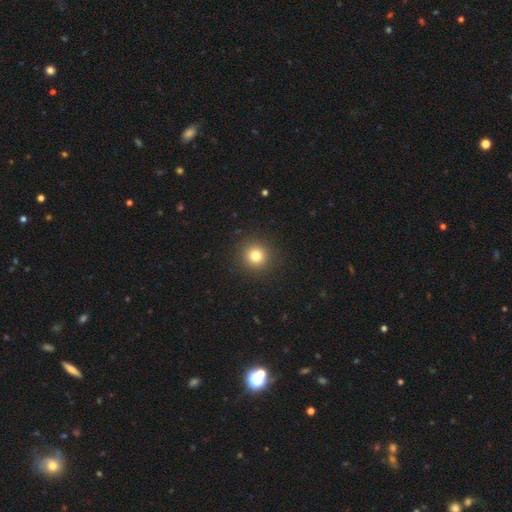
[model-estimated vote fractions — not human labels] smooth_or_featured: smooth (p=0.79) [alt: star or artifact p=0.14]
how_rounded: round (p=0.94) [alt: in between p=0.05]
merging: none (p=0.91) [alt: minor disturbance p=0.05]